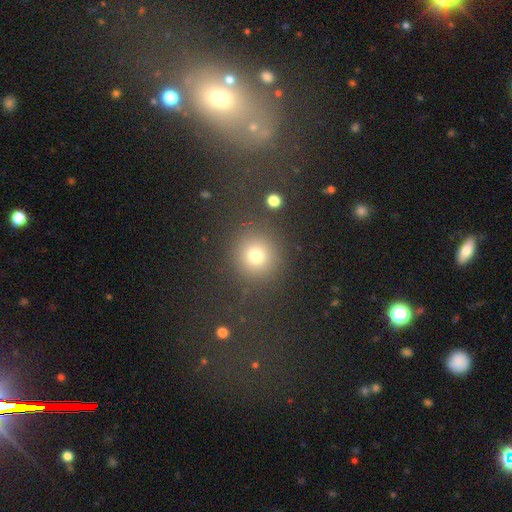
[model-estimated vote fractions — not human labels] This appears to be a smooth galaxy with no disk features (74%) that is round (91%). Merging: none (83%).